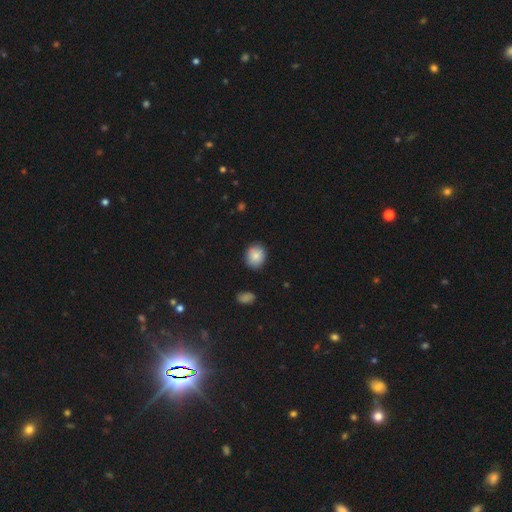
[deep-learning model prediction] A smooth galaxy with no disk features (84%) that is round (72%). Merging: none (85%).